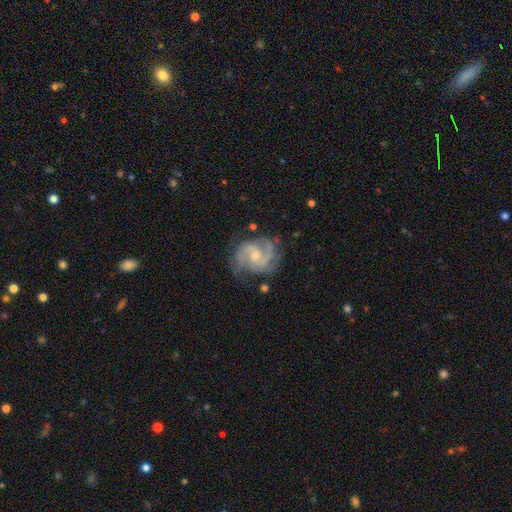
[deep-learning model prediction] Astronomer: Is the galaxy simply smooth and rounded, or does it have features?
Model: featured or disk — 89%.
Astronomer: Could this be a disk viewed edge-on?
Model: no — 98%.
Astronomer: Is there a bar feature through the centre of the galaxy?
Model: no — 54% (runner-up: weak, 39%).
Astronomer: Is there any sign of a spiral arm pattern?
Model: yes — 98%.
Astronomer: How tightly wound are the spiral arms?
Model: medium — 54% (runner-up: tight, 34%).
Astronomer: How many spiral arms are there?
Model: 2 — 67%.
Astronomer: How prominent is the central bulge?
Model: small — 61%.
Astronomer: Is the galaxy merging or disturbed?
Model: none — 70%.